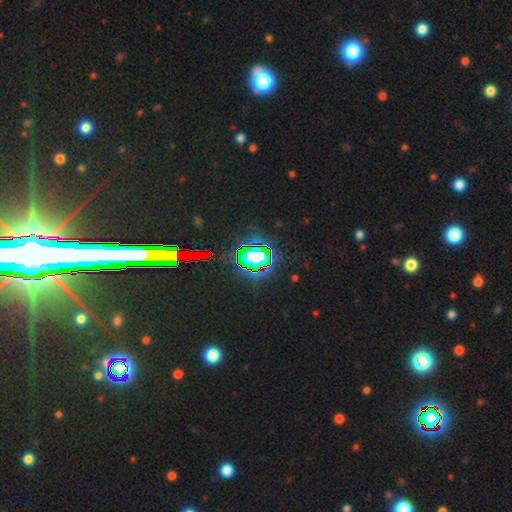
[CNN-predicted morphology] Smooth or featured?
  - star or artifact: 77% *
  - smooth: 13%
  - featured or disk: 10%